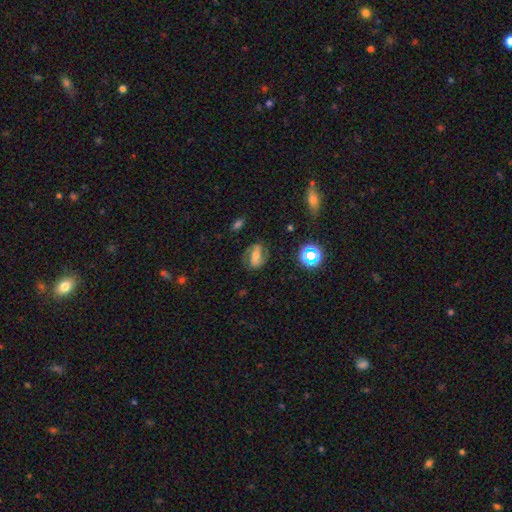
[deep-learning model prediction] smooth-or-featured: featured or disk: 63% | smooth: 24% | star or artifact: 13%
  disk-edge-on: no: 94% | yes: 6%
    bar: strong: 49% | weak: 31% | no: 21%
    has-spiral-arms: yes: 87% | no: 13%
      spiral-winding: medium: 47% | tight: 30% | loose: 24%
      spiral-arm-count: 2: 85% | can't tell: 8% | 1: 4% | 3: 1% | 4: 1% | more than 4: 1%
    bulge-size: moderate: 50% | small: 33% | large: 10% | none: 5% | dominant: 2%
  merging: none: 75% | minor disturbance: 16% | major disturbance: 8% | merger: 2%